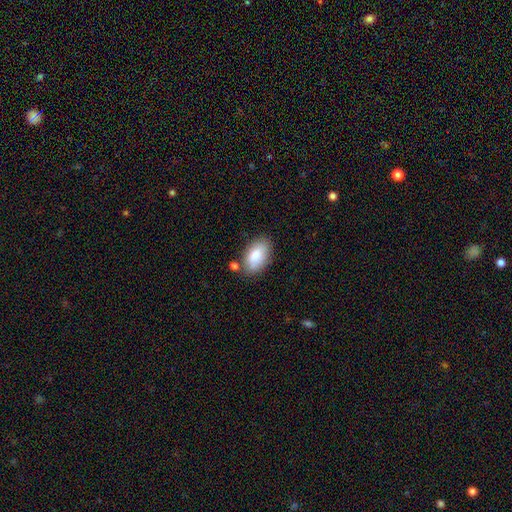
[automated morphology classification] Smooth or featured? Predicted: smooth (p=0.83). How rounded? Predicted: in between (p=0.94). Merging? Predicted: none (p=0.74).